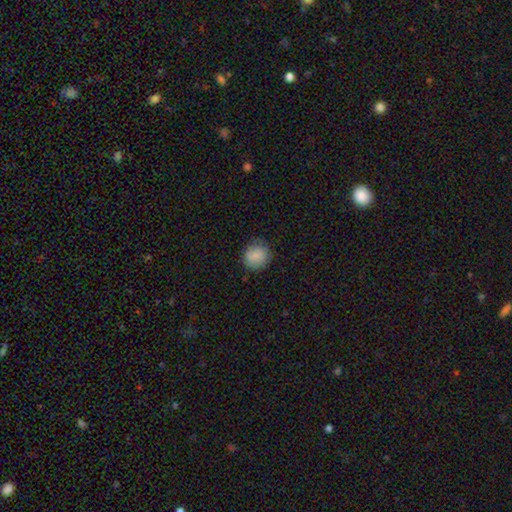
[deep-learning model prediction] This appears to be a smooth galaxy with no disk features (85%) that is round (86%). Merging: none (80%).